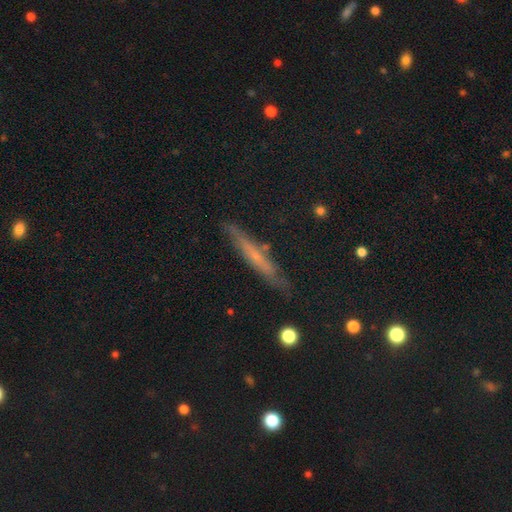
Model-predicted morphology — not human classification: A featured or disk galaxy (46%).

Vote fractions:
- Smooth or featured? featured or disk: 46% / smooth: 40% / star or artifact: 14%
- Merging? none: 82% / minor disturbance: 13% / major disturbance: 3% / merger: 2%